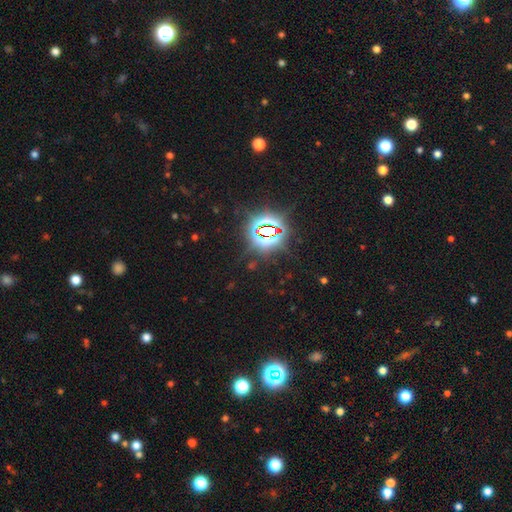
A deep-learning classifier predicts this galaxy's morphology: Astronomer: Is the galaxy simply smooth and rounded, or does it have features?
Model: star or artifact — 82%.